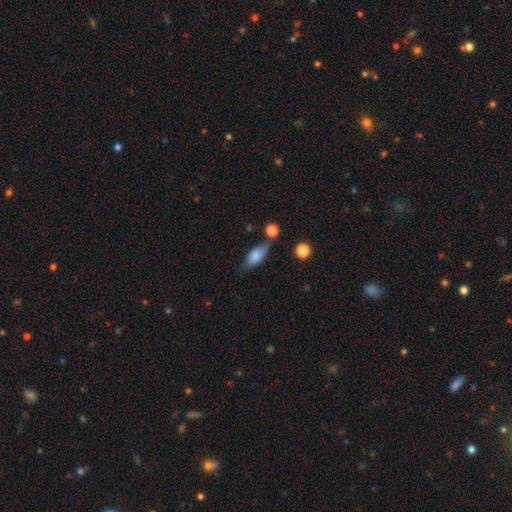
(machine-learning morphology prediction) type=smooth (77%); roundness=in between (81%); merging=none (61%).